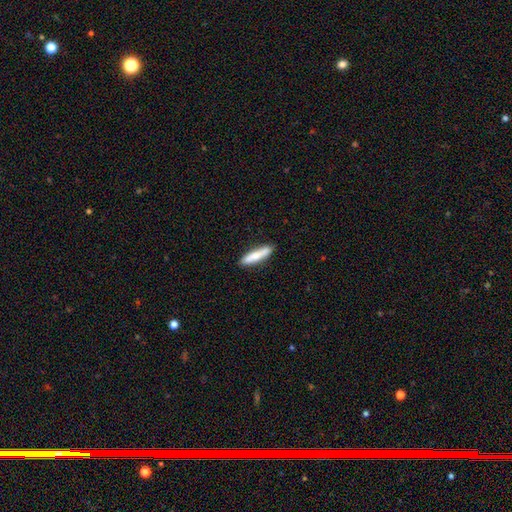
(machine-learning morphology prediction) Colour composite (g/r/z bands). It shows a smooth galaxy with no disk features (71%) that is cigar-shaped (83%). Merging: none (87%).